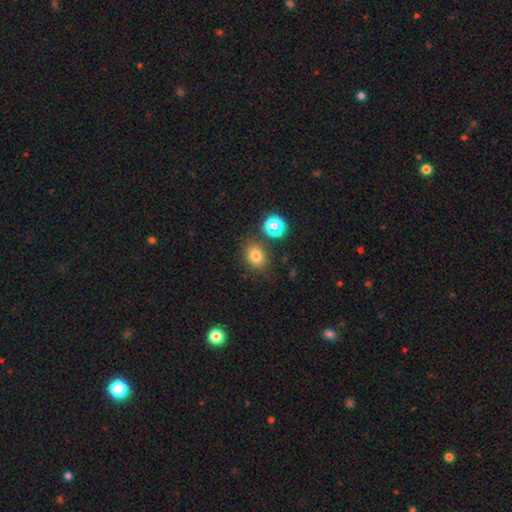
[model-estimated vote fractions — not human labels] smooth-or-featured: smooth: 76% | star or artifact: 16% | featured or disk: 8%
  how-rounded: round: 50% | in between: 48% | cigar-shaped: 1%
  merging: none: 78% | minor disturbance: 11% | merger: 7% | major disturbance: 3%